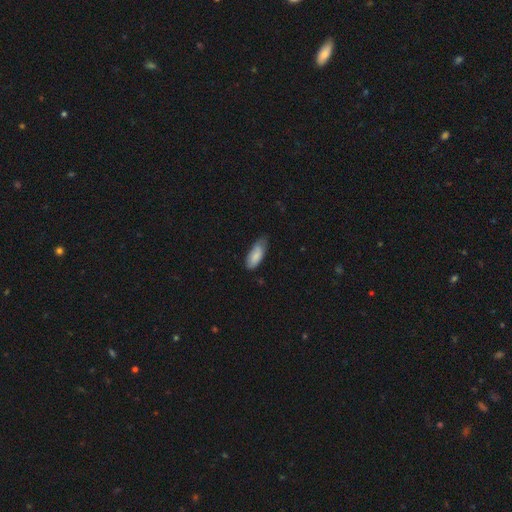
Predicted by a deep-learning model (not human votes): This is clearly a smooth galaxy (83%). How rounded: clearly in between (80%). Merging: possibly none (55%).